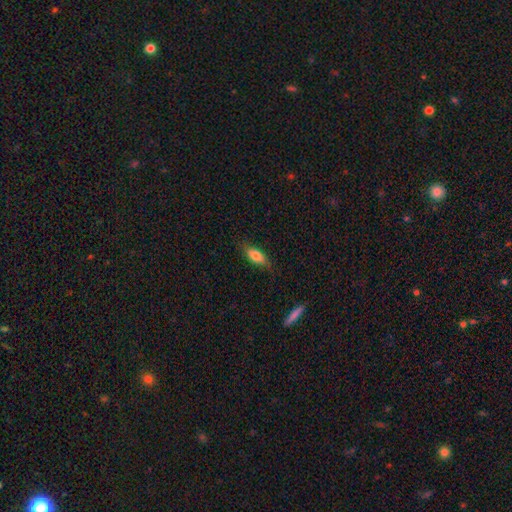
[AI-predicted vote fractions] This appears to be a smooth galaxy with no disk features (76%) that is in between round and cigar-shaped (73%). Merging: none (76%).